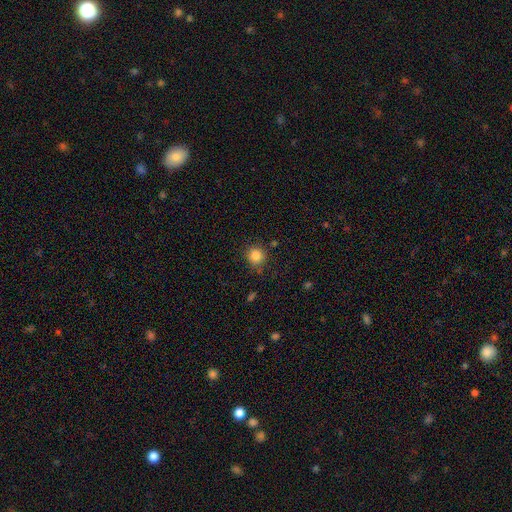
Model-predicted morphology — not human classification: smooth_or_featured: smooth (p=0.84) [alt: star or artifact p=0.11]
how_rounded: round (p=0.92) [alt: in between p=0.07]
merging: none (p=0.83) [alt: minor disturbance p=0.11]